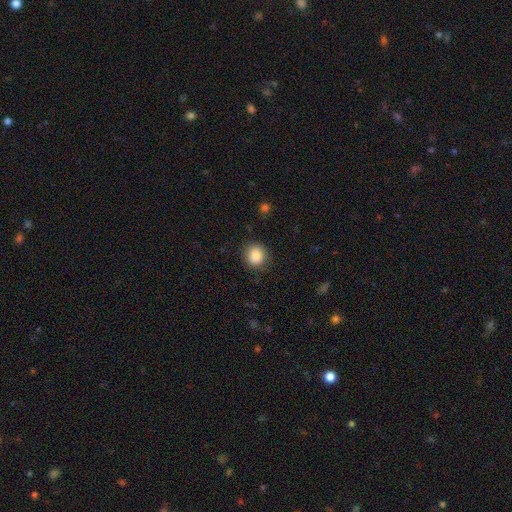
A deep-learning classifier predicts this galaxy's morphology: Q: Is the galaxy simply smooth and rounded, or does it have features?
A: smooth — 88%.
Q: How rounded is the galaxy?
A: round — 84%.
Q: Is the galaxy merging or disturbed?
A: none — 86%.